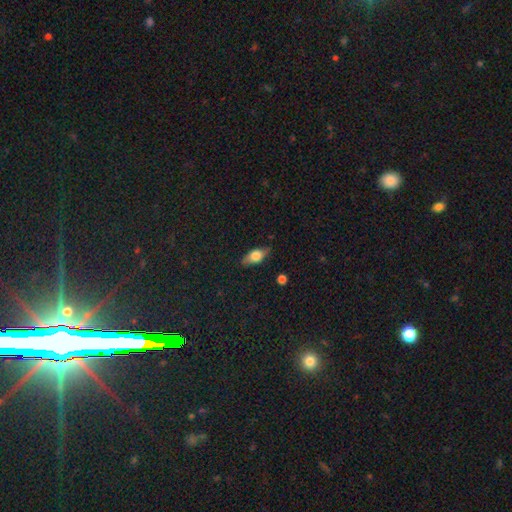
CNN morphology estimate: A smooth galaxy with no disk features (67%) that is in between round and cigar-shaped (81%). Merging: none (82%).